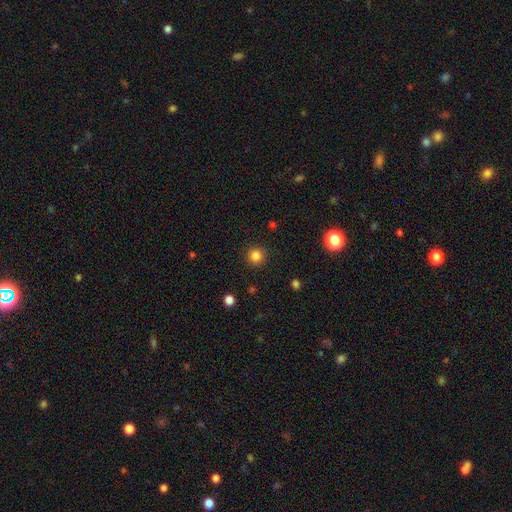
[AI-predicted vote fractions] This is clearly a smooth galaxy (84%). How rounded: clearly round (95%). Merging: clearly none (91%).